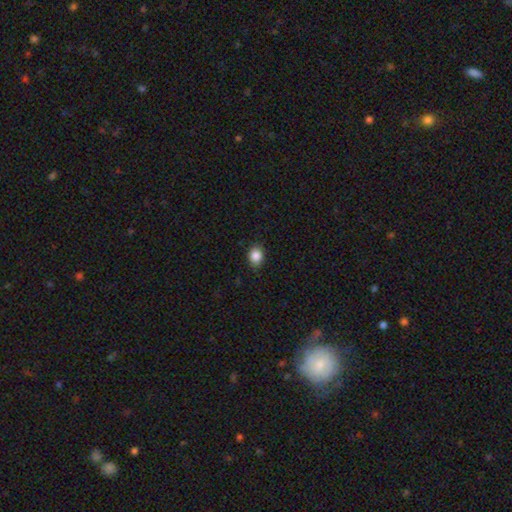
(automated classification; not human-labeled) smooth 86%, star or artifact 9%, featured or disk 4%. Down the decision tree: how rounded — in between (51%); merging — none (86%).